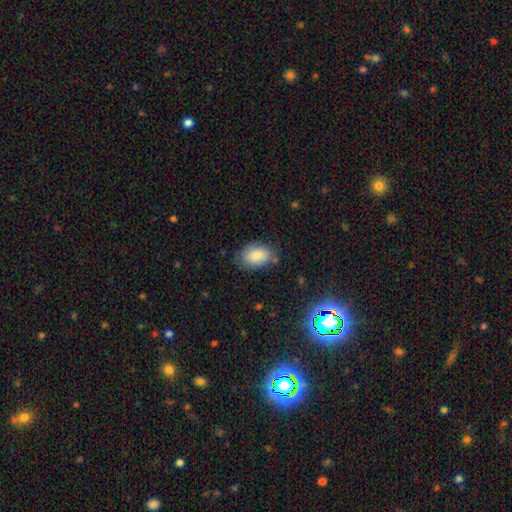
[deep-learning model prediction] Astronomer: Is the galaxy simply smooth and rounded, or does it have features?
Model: smooth — 82%.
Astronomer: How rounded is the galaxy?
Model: in between — 88%.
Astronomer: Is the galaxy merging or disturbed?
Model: none — 73%.